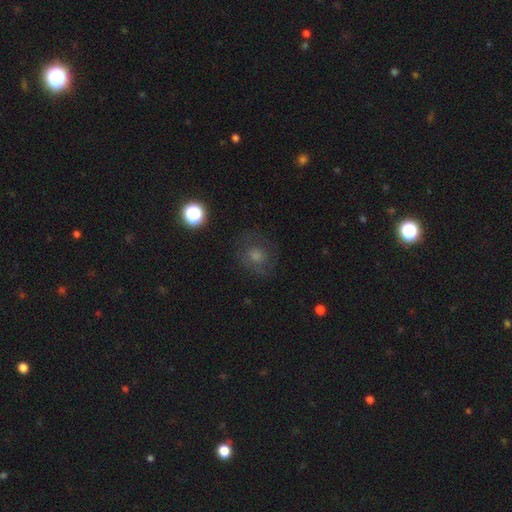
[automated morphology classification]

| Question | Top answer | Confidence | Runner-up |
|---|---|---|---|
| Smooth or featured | smooth | 44% | featured or disk (30%) |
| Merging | none | 77% | minor disturbance (13%) |